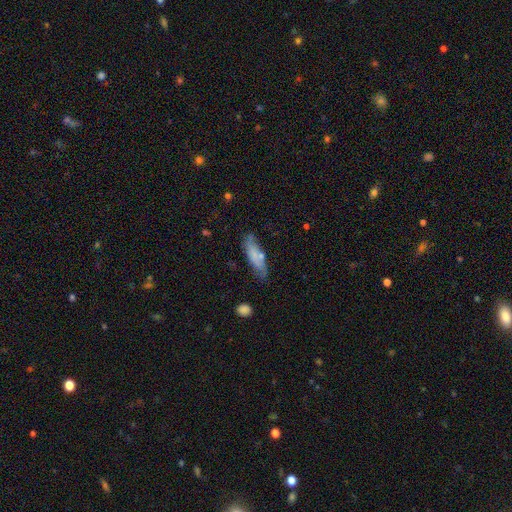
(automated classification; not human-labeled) This is likely a smooth galaxy (71%). How rounded: possibly cigar-shaped (55%). Merging: likely none (67%).